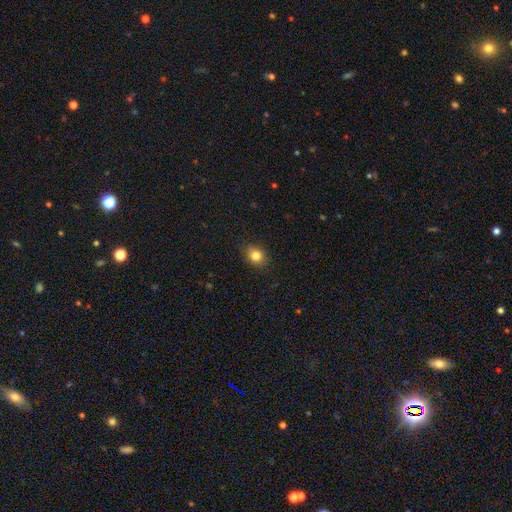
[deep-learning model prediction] Morphology: type=smooth (83%); roundness=round (56%); merging=none (86%).